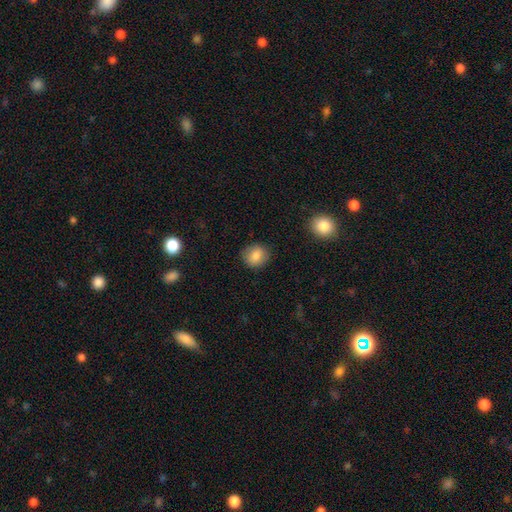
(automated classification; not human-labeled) Smooth or featured? smooth (84%)
How rounded? round (80%)
Merging? none (87%)